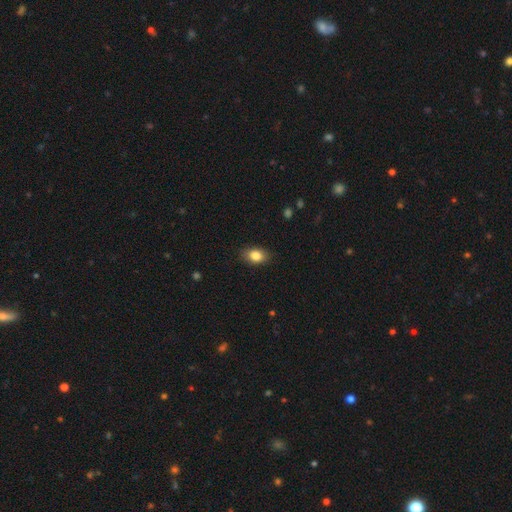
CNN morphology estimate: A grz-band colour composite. It shows a smooth galaxy with no disk features (85%) that is in between round and cigar-shaped (84%). Merging: none (85%).